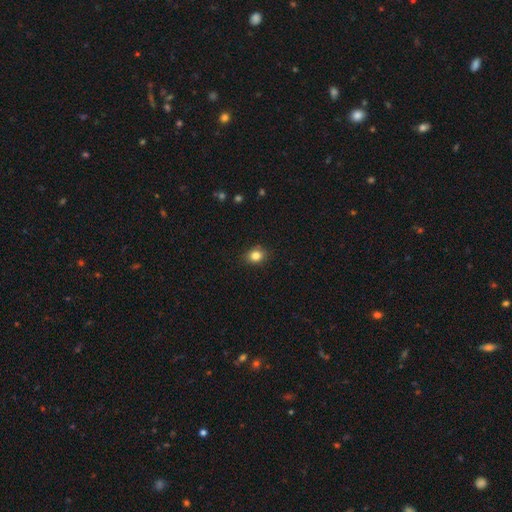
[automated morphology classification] Smooth or featured? Predicted: smooth (p=0.83). How rounded? Predicted: round (p=0.59). Merging? Predicted: none (p=0.87).